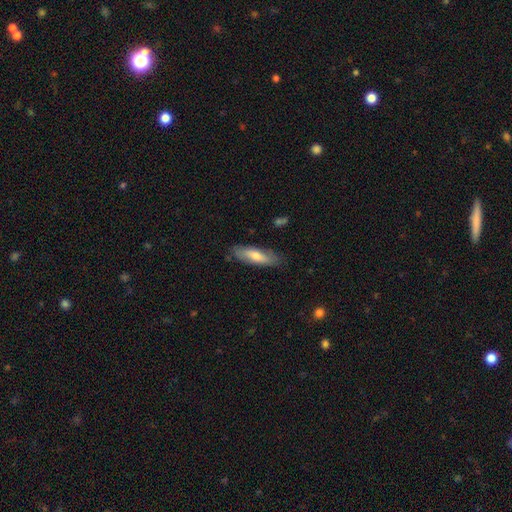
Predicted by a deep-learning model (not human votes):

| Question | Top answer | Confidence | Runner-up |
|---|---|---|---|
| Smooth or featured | smooth | 60% | featured or disk (34%) |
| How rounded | cigar-shaped | 59% | in between (39%) |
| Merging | none | 82% | minor disturbance (14%) |